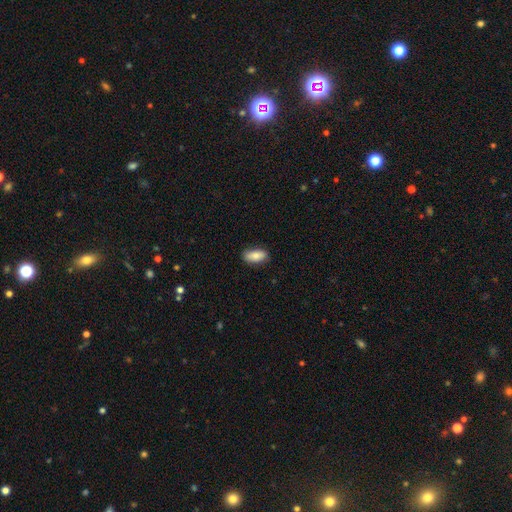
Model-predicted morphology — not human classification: Smooth or featured?
  - smooth: 82% *
  - featured or disk: 11%
  - star or artifact: 7%
How rounded?
  - in between: 89% *
  - cigar-shaped: 8%
  - round: 3%
Merging?
  - none: 85% *
  - minor disturbance: 12%
  - major disturbance: 2%
  - merger: 1%